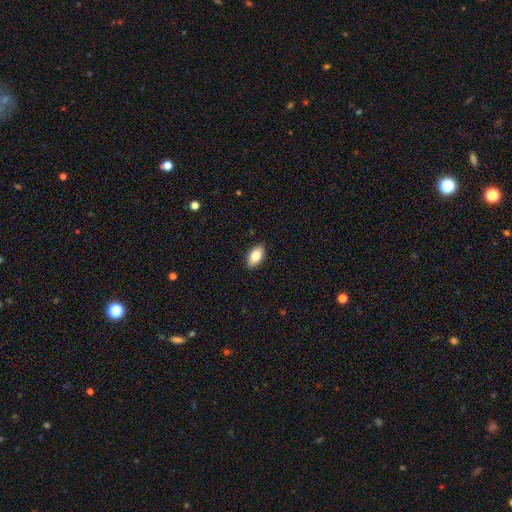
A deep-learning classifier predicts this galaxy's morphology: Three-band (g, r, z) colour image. It shows a smooth galaxy with no disk features (81%) that is in between round and cigar-shaped (93%). Merging: none (89%).